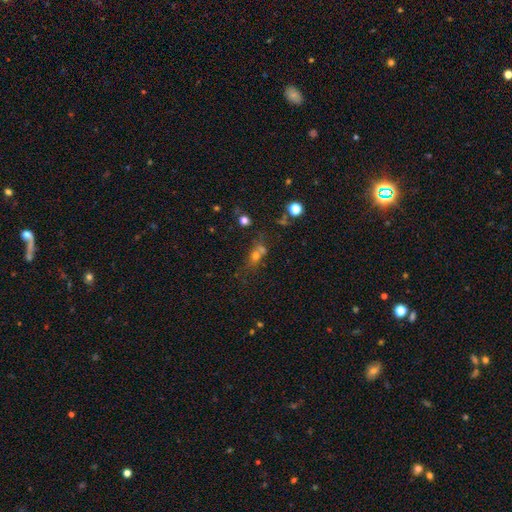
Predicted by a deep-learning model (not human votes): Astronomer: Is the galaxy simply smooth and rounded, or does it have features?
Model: smooth — 59%.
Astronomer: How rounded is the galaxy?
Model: round — 51% (runner-up: in between, 40%).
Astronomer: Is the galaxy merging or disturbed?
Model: merger — 43% (runner-up: none, 38%).